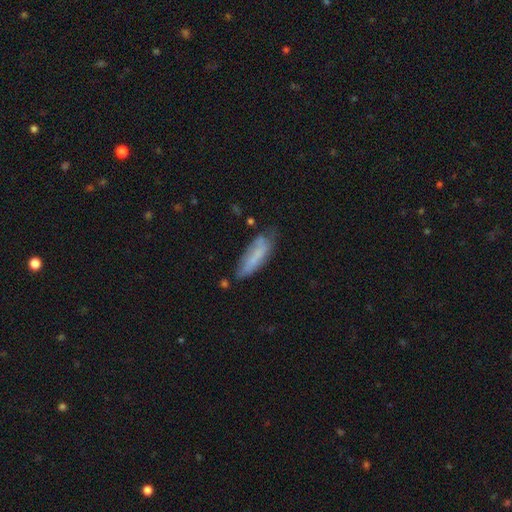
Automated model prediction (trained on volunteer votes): The model was most divided on "how rounded": cigar-shaped: 53%, in between: 45%, round: 2%. More confident: smooth or featured — smooth (62%); merging — none (55%).